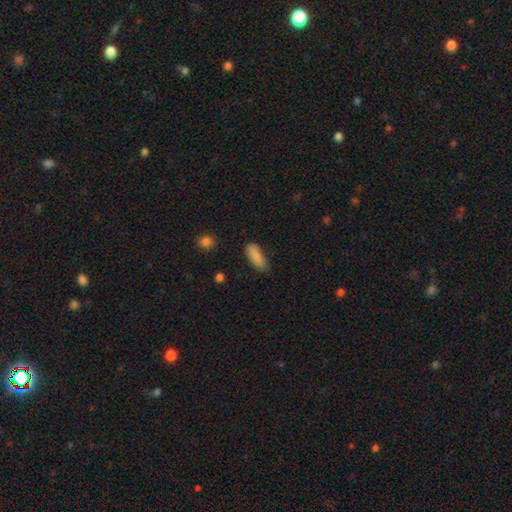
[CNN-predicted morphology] smooth 86%, star or artifact 8%, featured or disk 6%. Down the decision tree: how rounded — in between (74%); merging — none (69%).